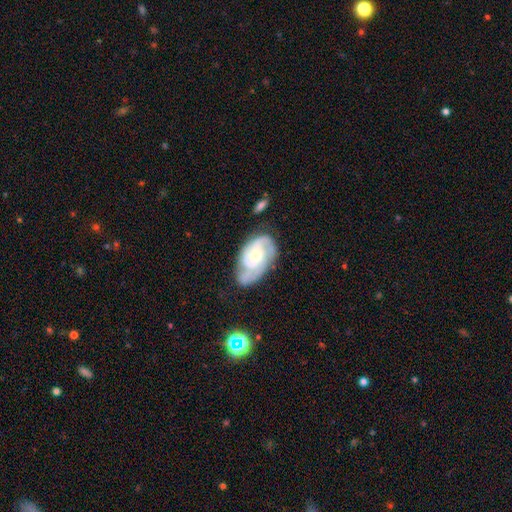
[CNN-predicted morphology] smooth_or_featured: featured or disk (p=0.82) [alt: smooth p=0.12]
disk_edge_on: no (p=0.96) [alt: yes p=0.04]
bar: no (p=0.69) [alt: weak p=0.26]
has_spiral_arms: yes (p=0.94) [alt: no p=0.06]
spiral_winding: tight (p=0.58) [alt: medium p=0.34]
spiral_arm_count: 2 (p=0.45) [alt: 3 p=0.22]
bulge_size: small (p=0.55) [alt: moderate p=0.40]
merging: none (p=0.60) [alt: minor disturbance p=0.27]